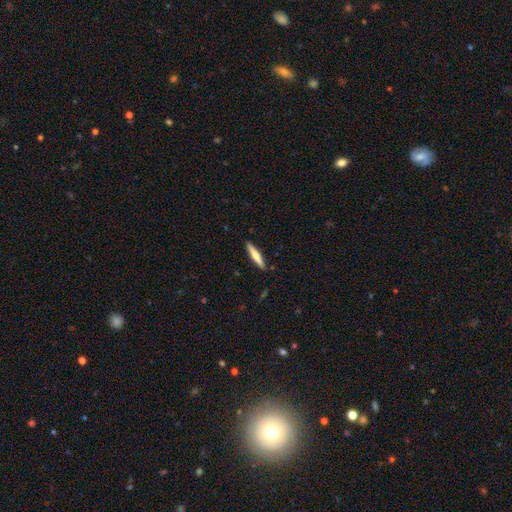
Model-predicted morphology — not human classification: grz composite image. It shows a smooth galaxy with no disk features (59%) that is cigar-shaped (89%). Merging: none (91%).